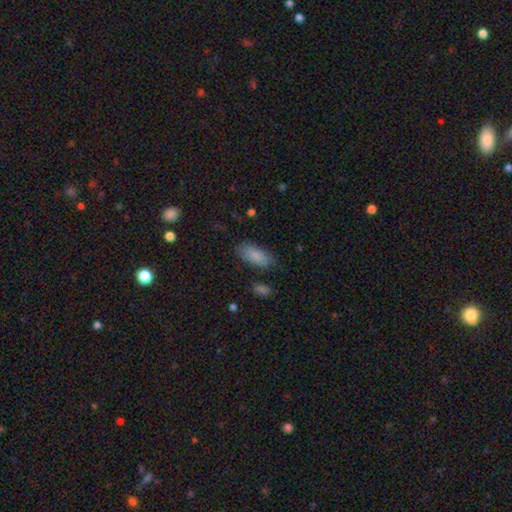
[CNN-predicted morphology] This is clearly a smooth galaxy (87%). How rounded: clearly in between (81%). Merging: likely none (79%).